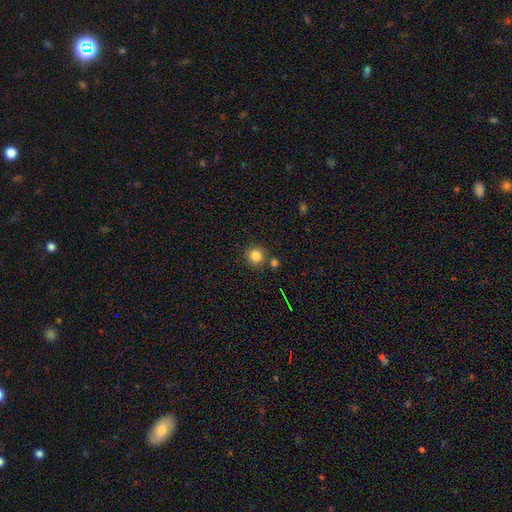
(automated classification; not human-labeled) Overall: smooth (84%). How rounded: round (94%). Merging: none (80%).